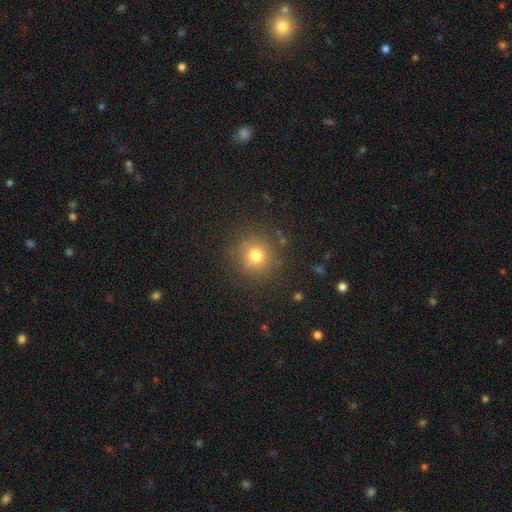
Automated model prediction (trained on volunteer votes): smooth-or-featured: smooth: 75% | star or artifact: 16% | featured or disk: 9%
  how-rounded: round: 91% | in between: 8% | cigar-shaped: 1%
  merging: none: 85% | minor disturbance: 9% | major disturbance: 4% | merger: 2%